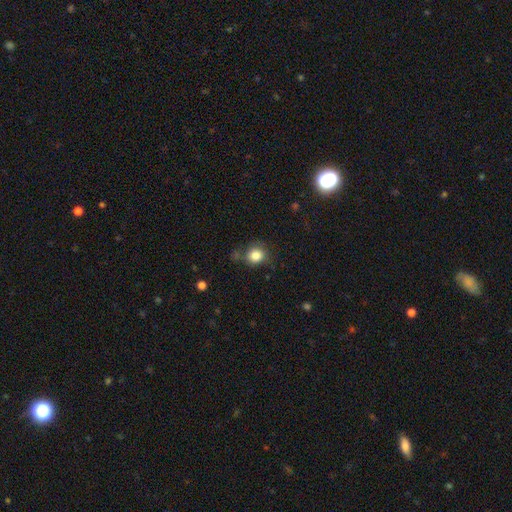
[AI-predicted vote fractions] The model was most divided on "merging": none: 72%, minor disturbance: 17%, merger: 6%, major disturbance: 5%. More confident: smooth or featured — smooth (84%); how rounded — round (80%).